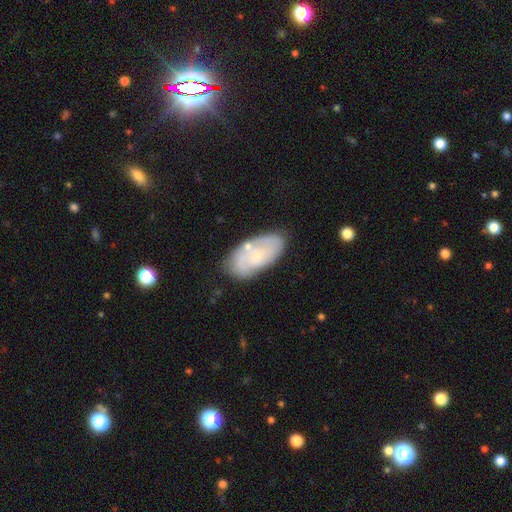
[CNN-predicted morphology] type=featured or disk (50%); edge-on=no (93%); merging=none (66%).